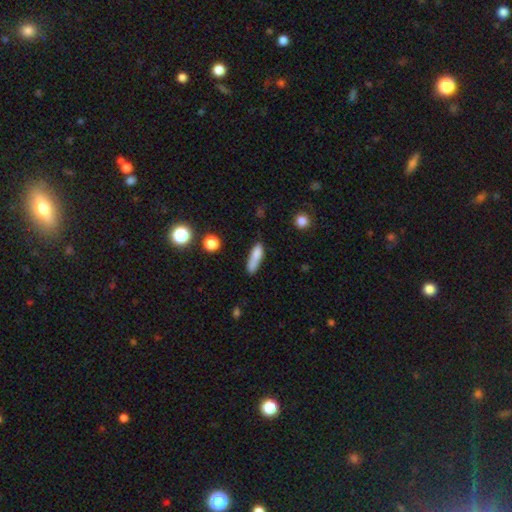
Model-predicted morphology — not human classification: smooth_or_featured: smooth (p=0.79) [alt: featured or disk p=0.12]
how_rounded: cigar-shaped (p=0.64) [alt: in between p=0.33]
merging: none (p=0.55) [alt: minor disturbance p=0.27]